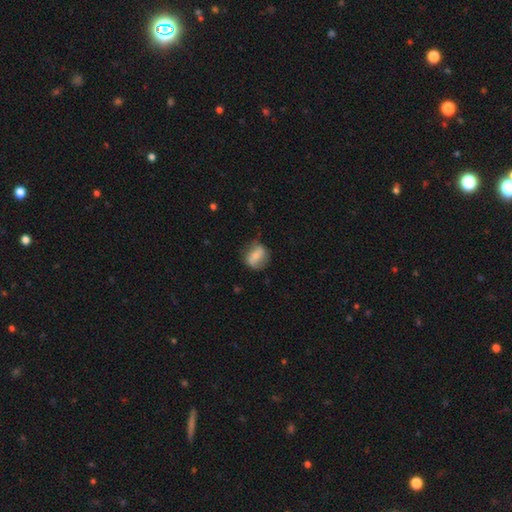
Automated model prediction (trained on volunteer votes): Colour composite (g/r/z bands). It shows a smooth galaxy with no disk features (52%) that is round (57%). Merging: none (67%).